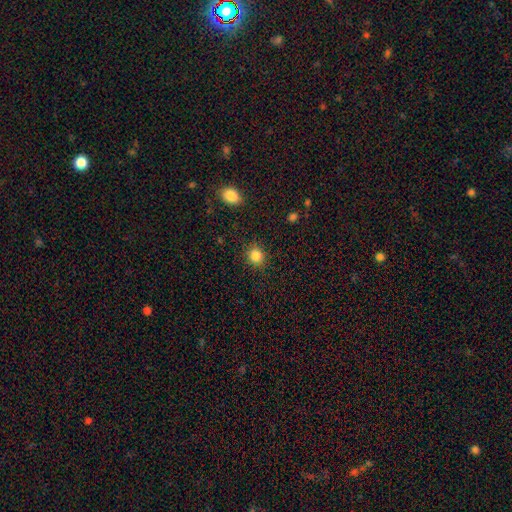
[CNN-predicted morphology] The model was most divided on "how rounded": round: 82%, in between: 18%, cigar-shaped: 1%. More confident: merging — none (88%); smooth or featured — smooth (85%).